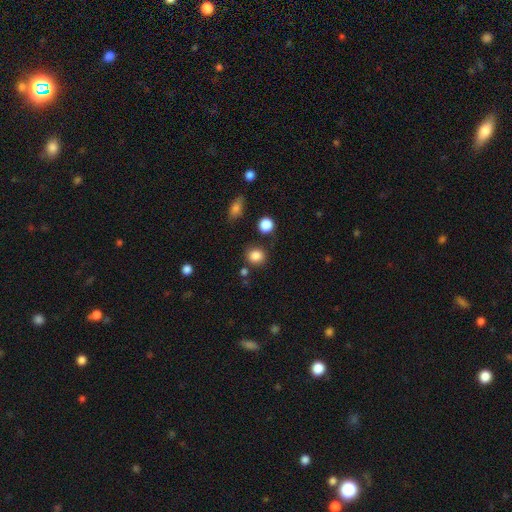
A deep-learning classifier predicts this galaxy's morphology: A smooth galaxy with no disk features (85%) that is round (81%). Merging: none (80%).